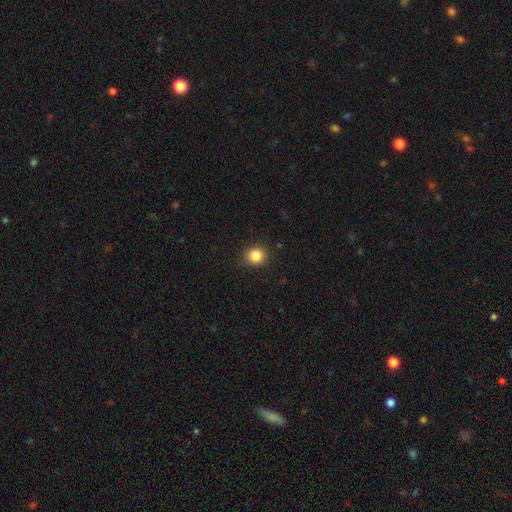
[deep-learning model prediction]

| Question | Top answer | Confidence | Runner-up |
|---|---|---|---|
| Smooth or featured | smooth | 85% | star or artifact (11%) |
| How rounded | round | 86% | in between (13%) |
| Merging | none | 90% | minor disturbance (7%) |